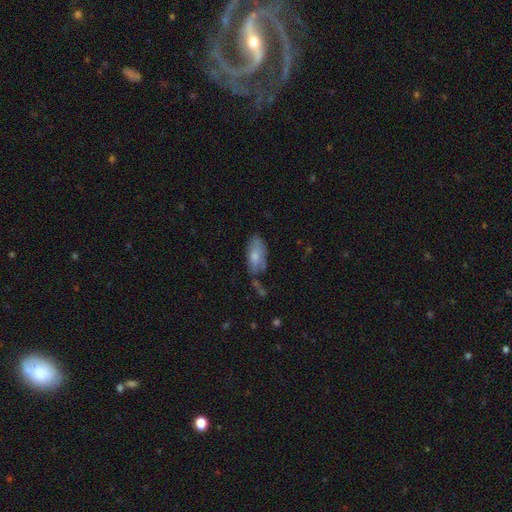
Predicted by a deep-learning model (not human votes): Smooth or featured?
  - smooth: 71% *
  - featured or disk: 23%
  - star or artifact: 7%
How rounded?
  - in between: 90% *
  - cigar-shaped: 8%
  - round: 3%
Merging?
  - none: 53% *
  - minor disturbance: 29%
  - major disturbance: 10%
  - merger: 7%